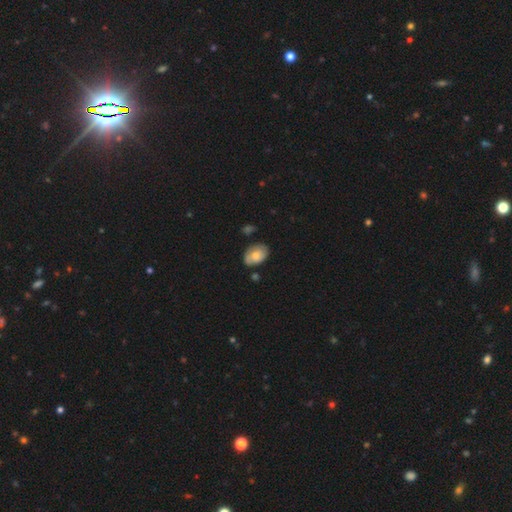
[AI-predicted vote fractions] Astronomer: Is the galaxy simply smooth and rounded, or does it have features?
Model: smooth — 64%.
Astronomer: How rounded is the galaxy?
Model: in between — 84%.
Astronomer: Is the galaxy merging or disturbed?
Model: none — 66%.